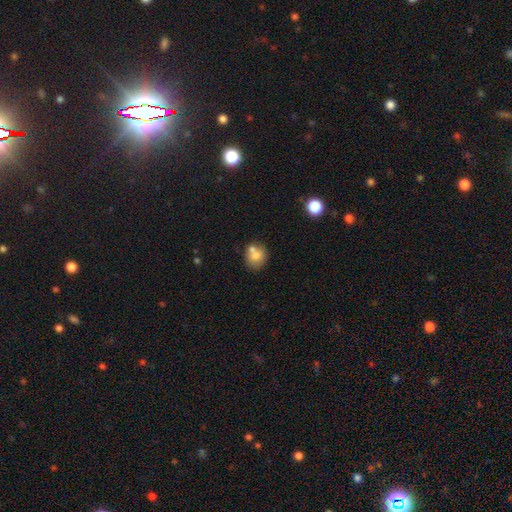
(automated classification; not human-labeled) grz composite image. It shows a smooth galaxy with no disk features (74%) that is round (67%). Merging: none (53%).